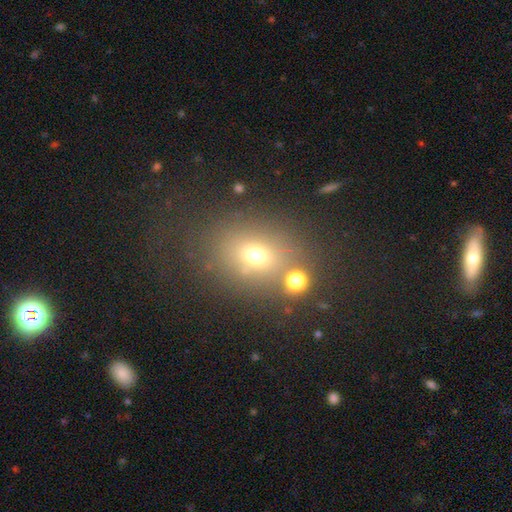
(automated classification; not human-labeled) Overall: smooth (65%). How rounded: in between (50%; round 48%). Merging: none (69%).